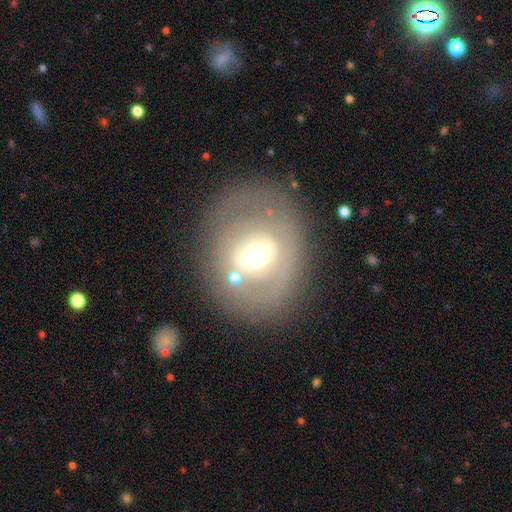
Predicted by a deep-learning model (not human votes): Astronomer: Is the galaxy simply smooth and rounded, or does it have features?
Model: featured or disk — 62%.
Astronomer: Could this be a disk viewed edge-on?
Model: no — 92%.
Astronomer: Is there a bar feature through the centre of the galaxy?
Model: strong — 35% (runner-up: weak, 34%).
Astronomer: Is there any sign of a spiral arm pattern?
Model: no — 79%.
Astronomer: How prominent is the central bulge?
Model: moderate — 60%.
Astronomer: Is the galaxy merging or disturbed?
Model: none — 71%.